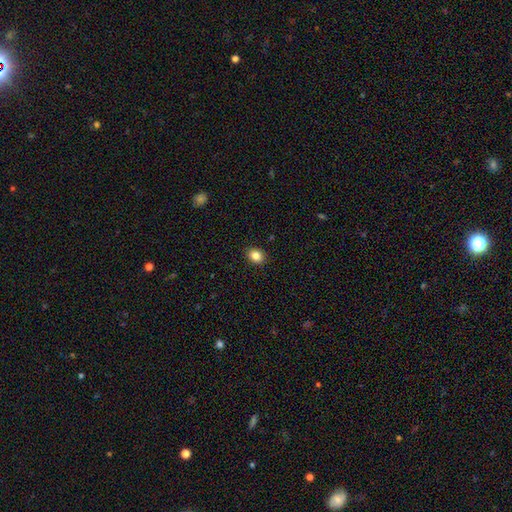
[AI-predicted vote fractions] A smooth galaxy with no disk features (84%) that is in between round and cigar-shaped (50%).

Vote fractions:
- Smooth or featured? smooth: 84% / star or artifact: 10% / featured or disk: 6%
- How rounded? in between: 50% / round: 49% / cigar-shaped: 1%
- Merging? none: 91% / minor disturbance: 7% / major disturbance: 2% / merger: 1%